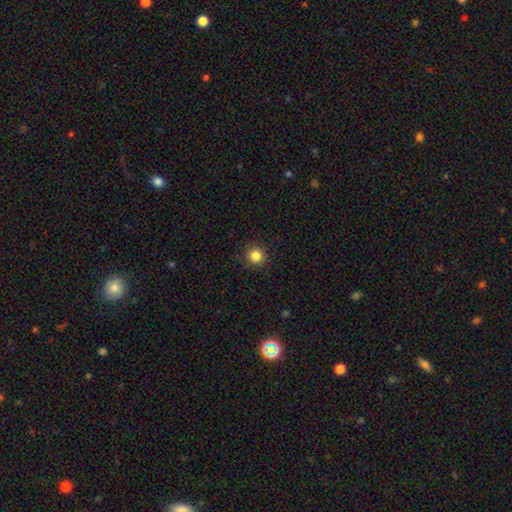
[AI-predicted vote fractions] This appears to be a smooth galaxy with no disk features (84%) that is round (94%). Merging: none (91%).